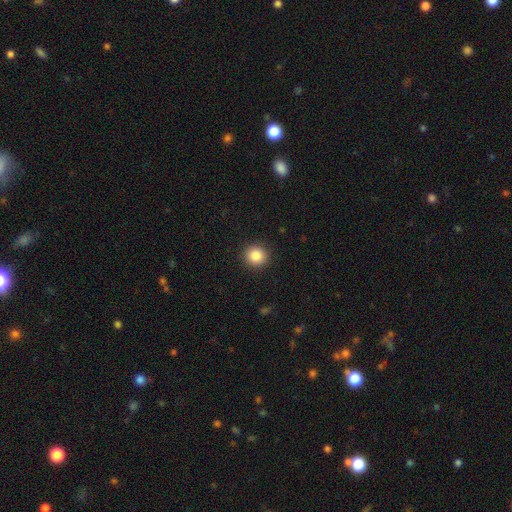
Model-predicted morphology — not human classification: smooth 85%, star or artifact 10%, featured or disk 5%. Down the decision tree: how rounded — round (92%); merging — none (92%).